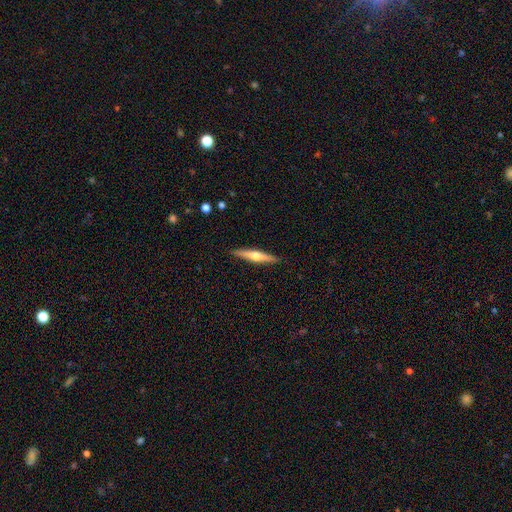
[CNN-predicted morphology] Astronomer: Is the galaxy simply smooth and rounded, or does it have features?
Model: featured or disk — 60%.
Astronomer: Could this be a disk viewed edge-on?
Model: yes — 97%.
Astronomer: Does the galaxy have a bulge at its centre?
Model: rounded — 90%.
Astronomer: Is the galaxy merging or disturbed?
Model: none — 90%.